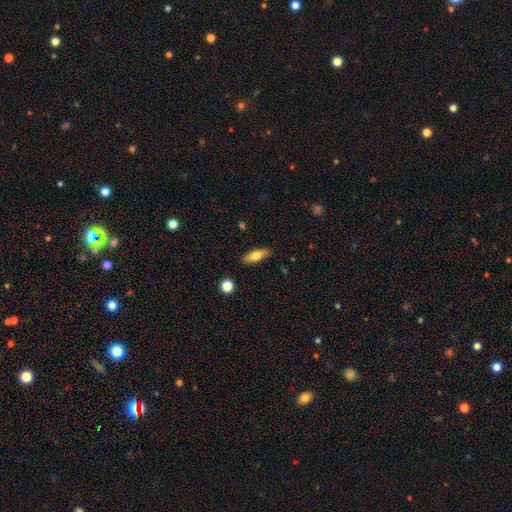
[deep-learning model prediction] smooth-or-featured: smooth: 72% | featured or disk: 21% | star or artifact: 7%
  how-rounded: in between: 67% | cigar-shaped: 30% | round: 3%
  merging: none: 86% | minor disturbance: 11% | major disturbance: 2% | merger: 1%